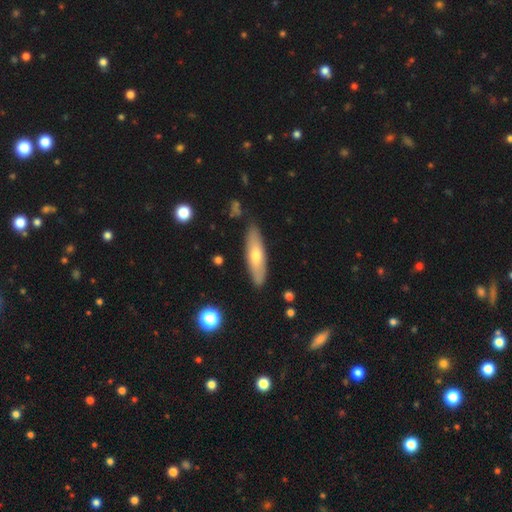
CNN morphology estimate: A smooth galaxy with no disk features (59%) that is cigar-shaped (63%). Merging: none (85%).